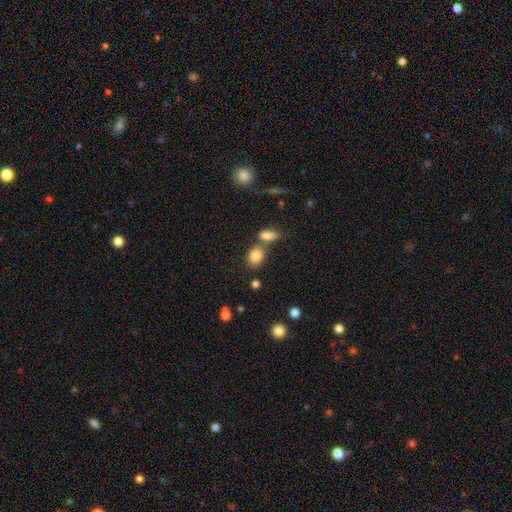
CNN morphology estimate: smooth 82%, star or artifact 10%, featured or disk 8%. Down the decision tree: how rounded — in between (74%); merging — none (54%).